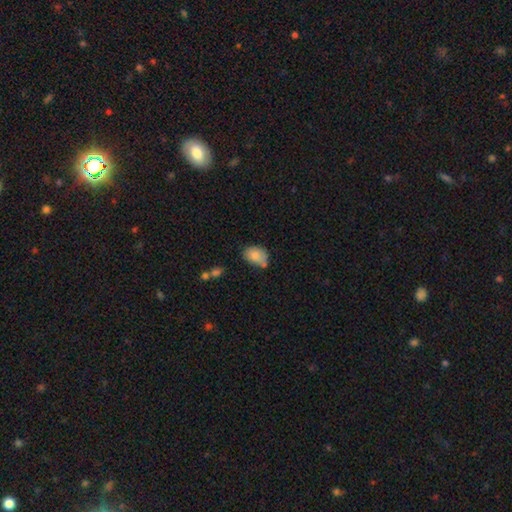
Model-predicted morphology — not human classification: smooth 80%, featured or disk 12%, star or artifact 8%. Down the decision tree: how rounded — in between (77%); merging — none (49%).